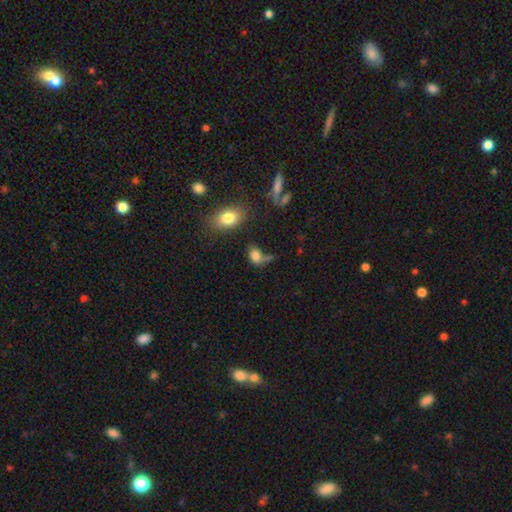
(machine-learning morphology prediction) Overall: smooth (77%). How rounded: in between (72%). Merging: none (37%; merger 24%).